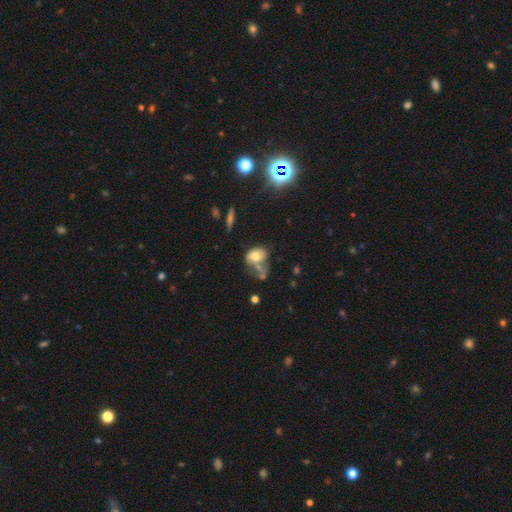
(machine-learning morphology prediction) Smooth or featured?
  - smooth: 59% *
  - featured or disk: 29%
  - star or artifact: 11%
How rounded?
  - in between: 64% *
  - round: 34%
  - cigar-shaped: 2%
Merging?
  - merger: 38% *
  - major disturbance: 23%
  - none: 21%
  - minor disturbance: 17%